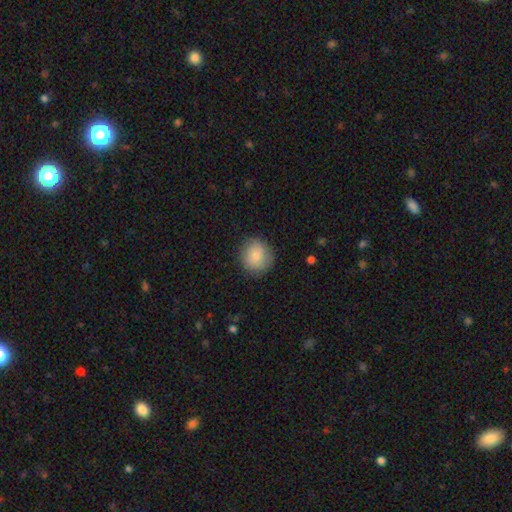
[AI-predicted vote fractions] A smooth galaxy with no disk features (81%) that is round (89%).

Vote fractions:
- Smooth or featured? smooth: 81% / featured or disk: 11% / star or artifact: 8%
- How rounded? round: 89% / in between: 10% / cigar-shaped: 1%
- Merging? none: 83% / minor disturbance: 12% / major disturbance: 3% / merger: 1%